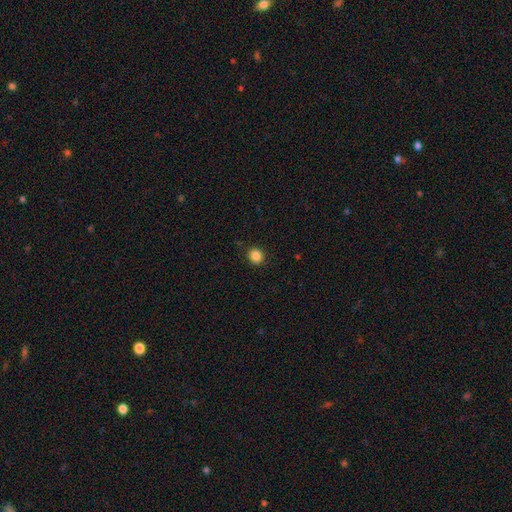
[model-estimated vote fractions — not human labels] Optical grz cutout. It shows a smooth galaxy with no disk features (86%) that is round (78%). Merging: none (90%).